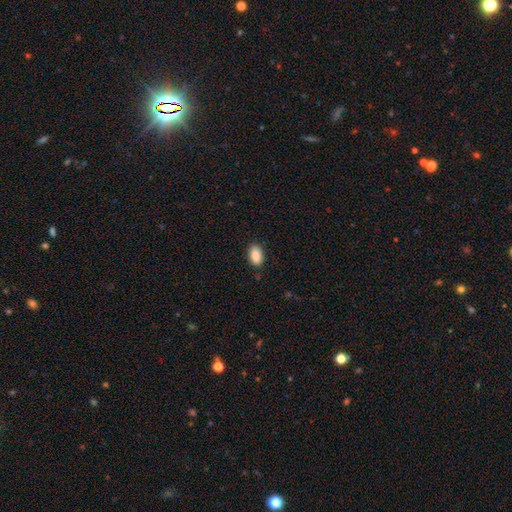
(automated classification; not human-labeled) This appears to be a smooth galaxy with no disk features (89%) that is in between round and cigar-shaped (92%). Merging: none (87%).